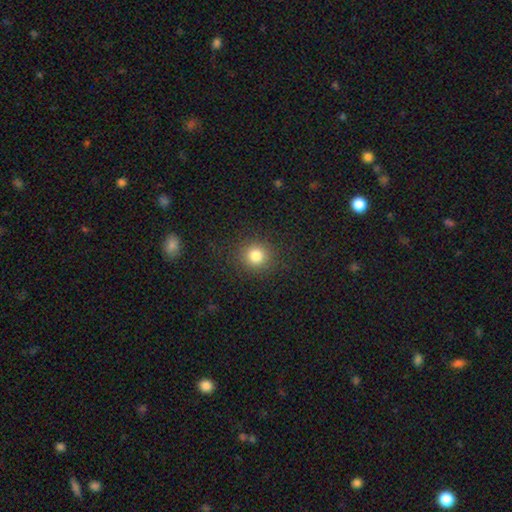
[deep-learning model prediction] Smooth or featured? smooth (82%)
How rounded? round (91%)
Merging? none (89%)